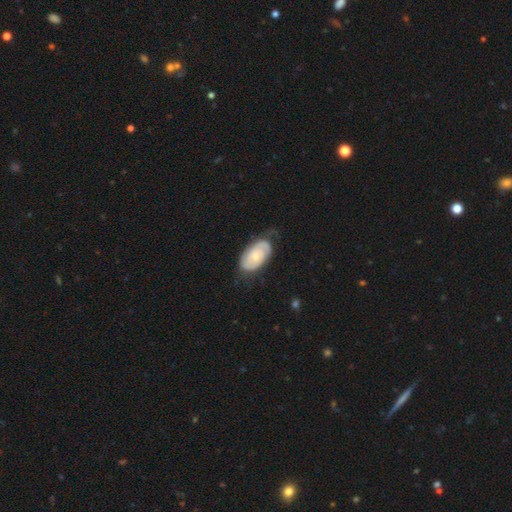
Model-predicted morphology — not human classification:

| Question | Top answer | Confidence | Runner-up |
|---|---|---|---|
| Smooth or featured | featured or disk | 66% | smooth (28%) |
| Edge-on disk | no | 95% | yes (5%) |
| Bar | no | 75% | weak (21%) |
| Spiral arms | yes | 88% | no (12%) |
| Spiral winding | tight | 61% | medium (29%) |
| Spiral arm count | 2 | 63% | can't tell (23%) |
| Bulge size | small | 60% | moderate (33%) |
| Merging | none | 64% | minor disturbance (25%) |